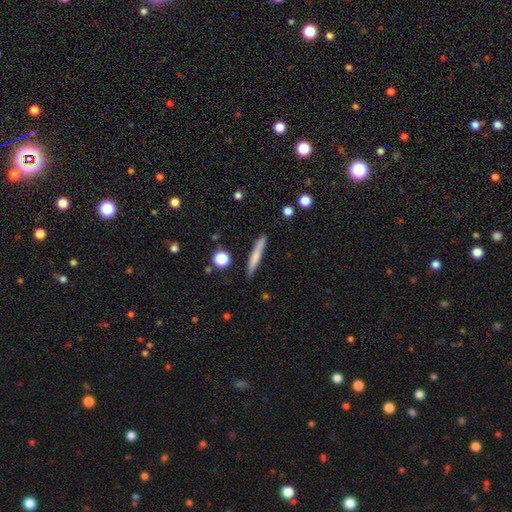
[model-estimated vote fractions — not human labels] Morphology: type=smooth (68%); roundness=cigar-shaped (94%); merging=none (87%).